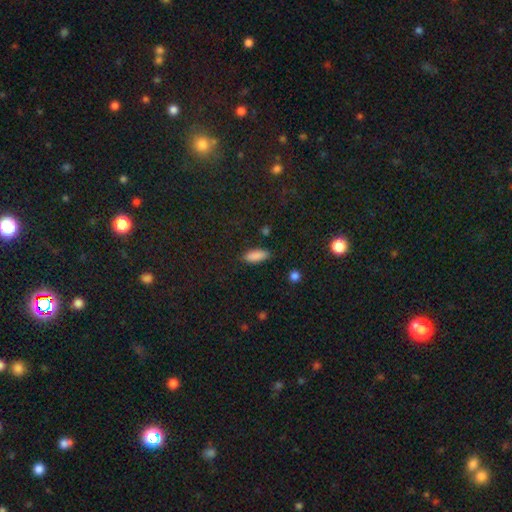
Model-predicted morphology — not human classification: A smooth galaxy with no disk features (87%) that is in between round and cigar-shaped (75%).

Vote fractions:
- Smooth or featured? smooth: 87% / star or artifact: 8% / featured or disk: 5%
- How rounded? in between: 75% / cigar-shaped: 23% / round: 3%
- Merging? none: 84% / minor disturbance: 11% / major disturbance: 3% / merger: 2%